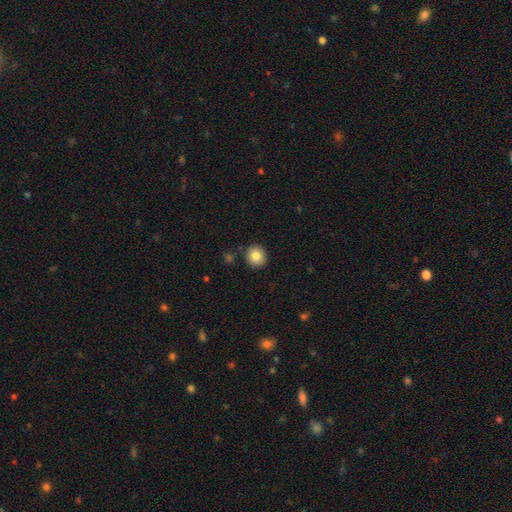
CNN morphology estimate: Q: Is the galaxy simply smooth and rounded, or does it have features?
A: smooth — 82%.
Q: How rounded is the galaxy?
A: round — 91%.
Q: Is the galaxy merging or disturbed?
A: none — 90%.